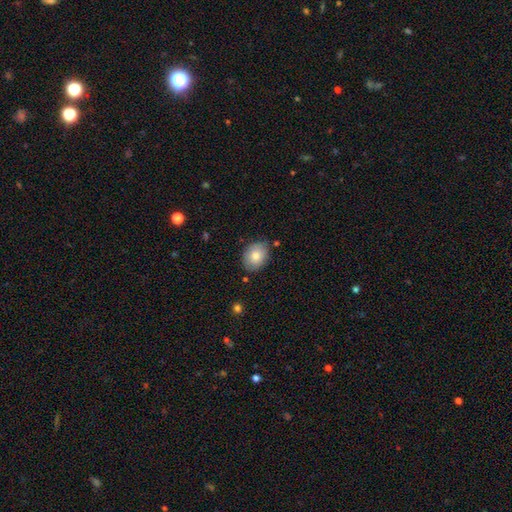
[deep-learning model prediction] A smooth galaxy with no disk features (81%) that is in between round and cigar-shaped (66%).

Vote fractions:
- Smooth or featured? smooth: 81% / featured or disk: 12% / star or artifact: 7%
- How rounded? in between: 66% / round: 33% / cigar-shaped: 1%
- Merging? none: 81% / minor disturbance: 14% / major disturbance: 2% / merger: 2%